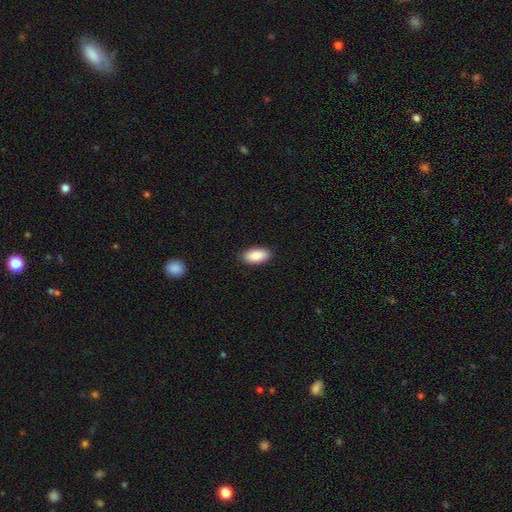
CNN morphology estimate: This is clearly a smooth galaxy (90%). How rounded: clearly in between (93%). Merging: clearly none (89%).